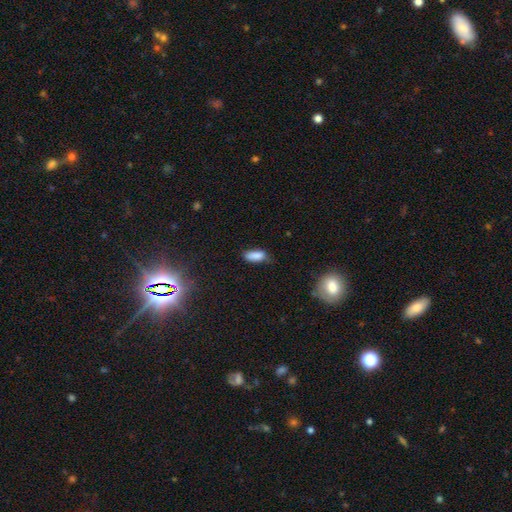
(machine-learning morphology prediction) smooth 86%, star or artifact 8%, featured or disk 6%. Down the decision tree: how rounded — in between (77%); merging — none (64%).